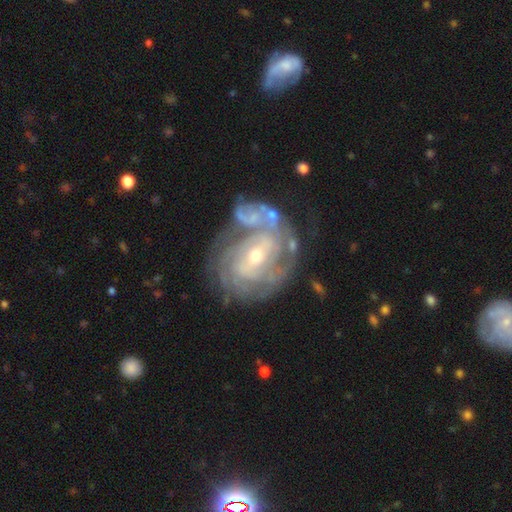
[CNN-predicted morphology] This appears to be a featured or disk galaxy (86%) with no bar (41%), tight (68%) spiral arms (92%) and a small central bulge (56%). Merging: none (54%).